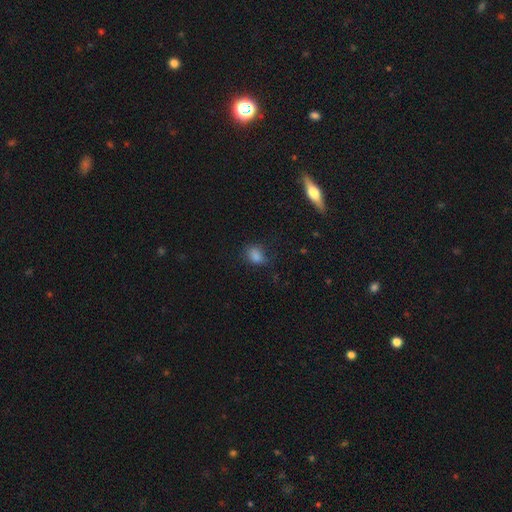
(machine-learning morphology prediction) Q: Smooth or featured?
A: smooth (81%); runner-up: star or artifact (13%)
Q: How rounded?
A: in between (68%); runner-up: round (30%)
Q: Merging?
A: none (66%); runner-up: minor disturbance (24%)